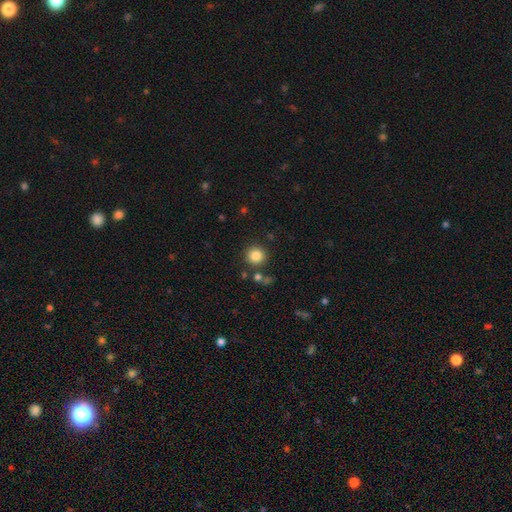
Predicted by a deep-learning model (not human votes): Smooth or featured?
  - smooth: 84% *
  - star or artifact: 11%
  - featured or disk: 5%
How rounded?
  - round: 94% *
  - in between: 5%
  - cigar-shaped: 1%
Merging?
  - none: 84% *
  - minor disturbance: 7%
  - merger: 6%
  - major disturbance: 3%